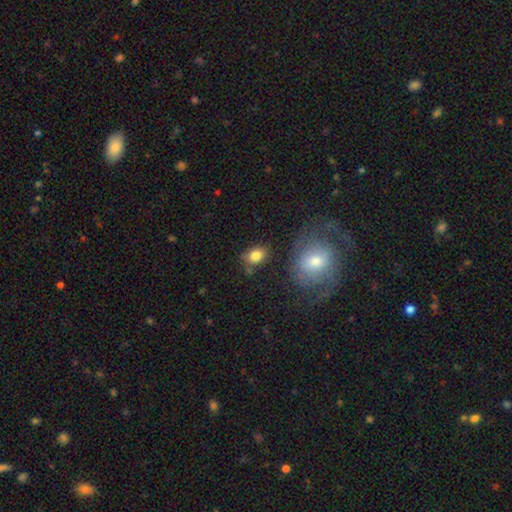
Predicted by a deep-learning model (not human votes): This appears to be a smooth galaxy with no disk features (82%) that is in between round and cigar-shaped (65%). Merging: none (70%).